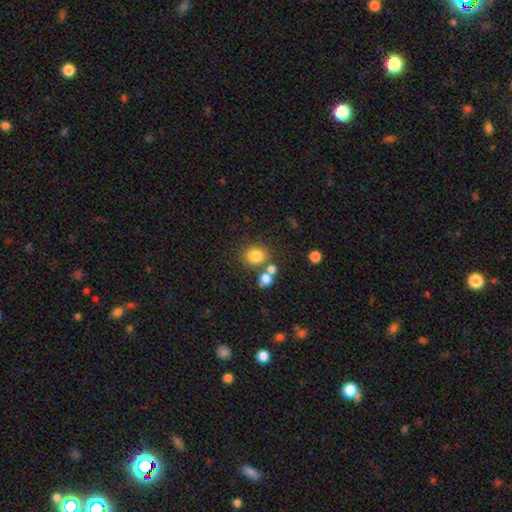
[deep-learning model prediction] smooth 80%, star or artifact 12%, featured or disk 8%. Down the decision tree: how rounded — round (69%); merging — none (64%).